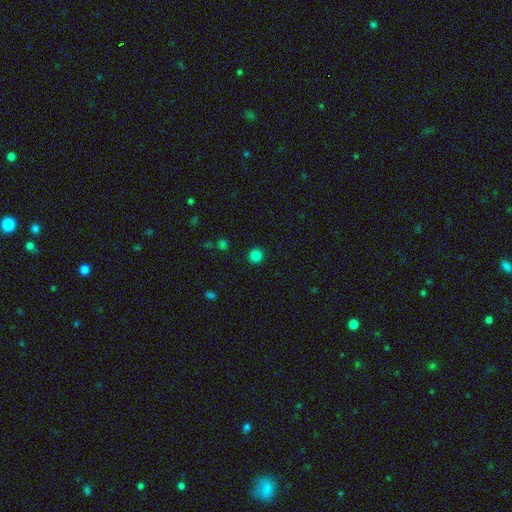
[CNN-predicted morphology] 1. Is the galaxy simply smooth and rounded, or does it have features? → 83% smooth, 14% star or artifact, 3% featured or disk.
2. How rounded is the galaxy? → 92% round, 7% in between, 1% cigar-shaped.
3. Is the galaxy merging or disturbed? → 91% none, 5% minor disturbance, 2% major disturbance, 1% merger.